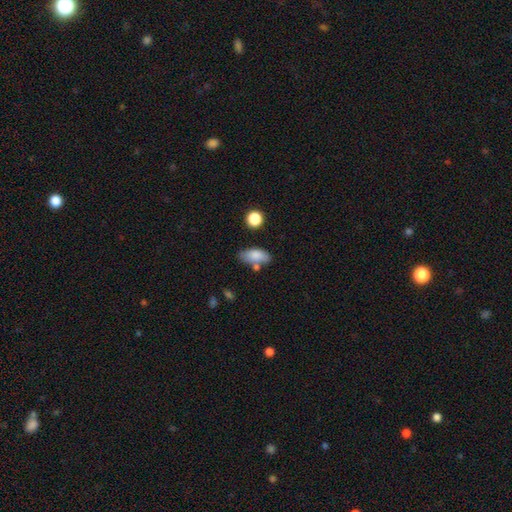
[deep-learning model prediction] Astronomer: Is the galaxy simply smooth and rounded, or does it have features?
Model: smooth — 82%.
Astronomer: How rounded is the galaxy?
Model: in between — 88%.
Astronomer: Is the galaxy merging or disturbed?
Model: none — 63%.